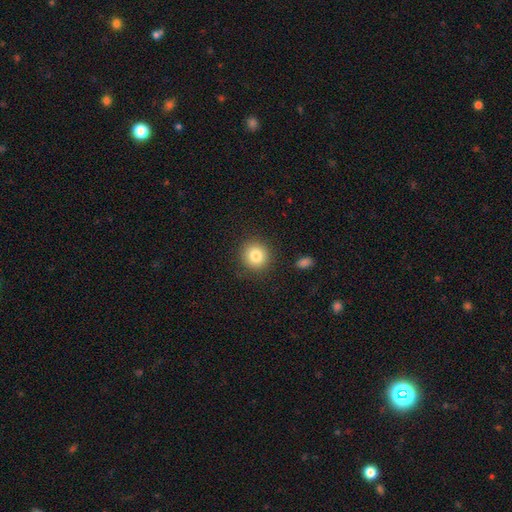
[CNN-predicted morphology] This is clearly a smooth galaxy (83%). How rounded: clearly round (91%). Merging: clearly none (88%).